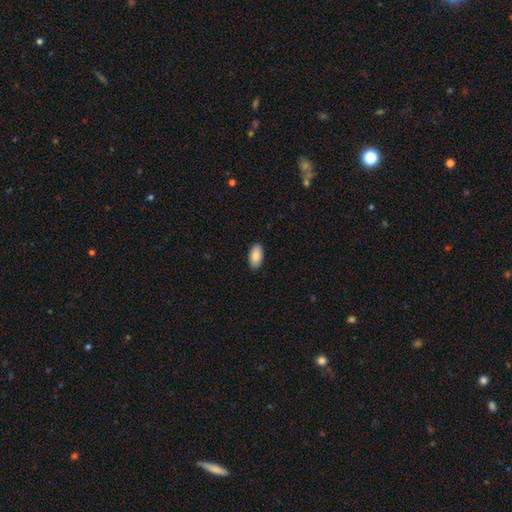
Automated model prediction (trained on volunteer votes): This appears to be a smooth galaxy with no disk features (88%) that is in between round and cigar-shaped (94%). Merging: none (89%).